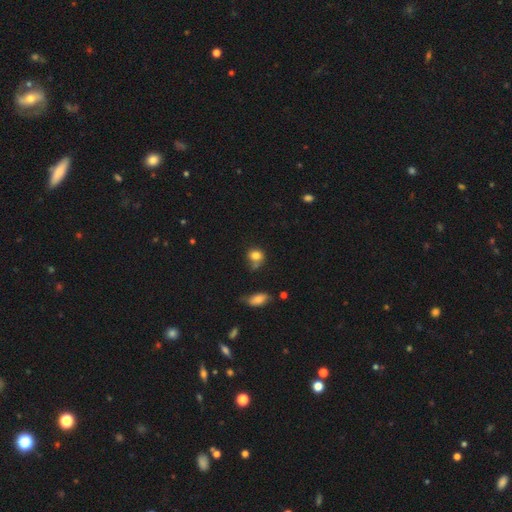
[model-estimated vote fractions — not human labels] smooth-or-featured: smooth: 80% | star or artifact: 11% | featured or disk: 8%
  how-rounded: round: 69% | in between: 30% | cigar-shaped: 1%
  merging: none: 51% | minor disturbance: 25% | merger: 14% | major disturbance: 10%